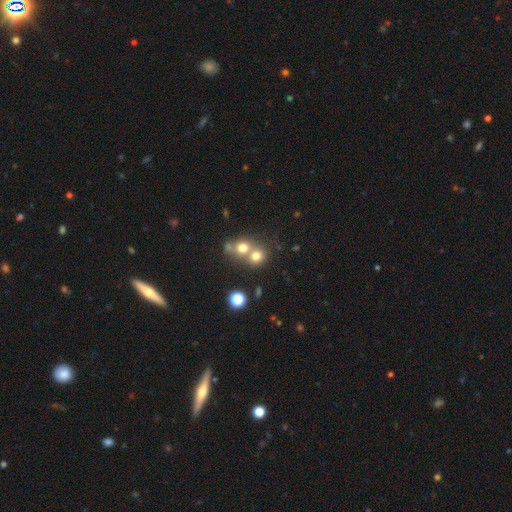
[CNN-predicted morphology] Smooth or featured? smooth (72%)
How rounded? round (80%)
Merging? merger (53%)